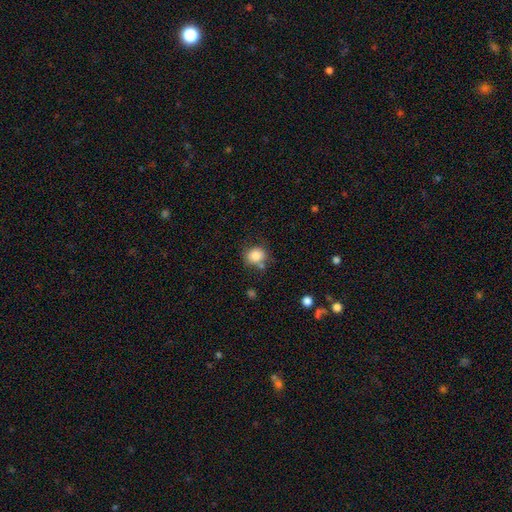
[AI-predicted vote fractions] smooth-or-featured: smooth: 84% | star or artifact: 10% | featured or disk: 6%
  how-rounded: round: 75% | in between: 24% | cigar-shaped: 1%
  merging: none: 70% | minor disturbance: 16% | merger: 9% | major disturbance: 4%